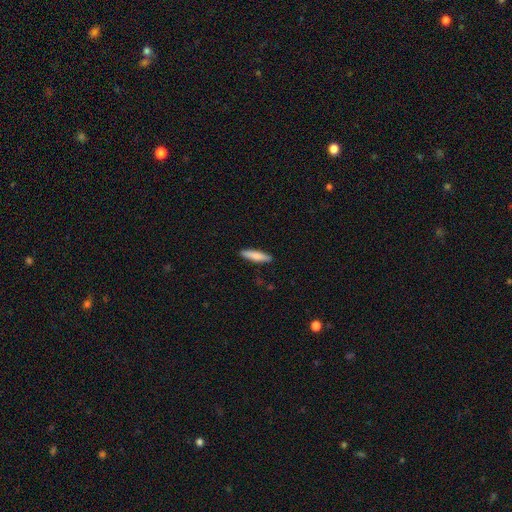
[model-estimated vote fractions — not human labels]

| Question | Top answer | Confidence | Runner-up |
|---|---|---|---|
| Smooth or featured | smooth | 80% | featured or disk (15%) |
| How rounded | cigar-shaped | 77% | in between (21%) |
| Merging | none | 90% | minor disturbance (7%) |